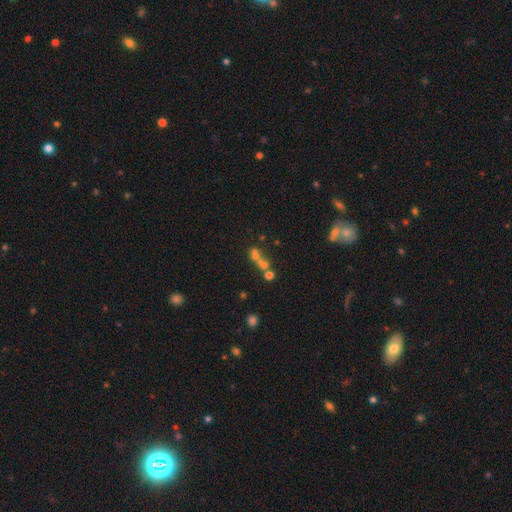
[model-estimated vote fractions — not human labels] smooth_or_featured: smooth (p=0.49) [alt: featured or disk p=0.26]
merging: merger (p=0.53) [alt: none p=0.31]